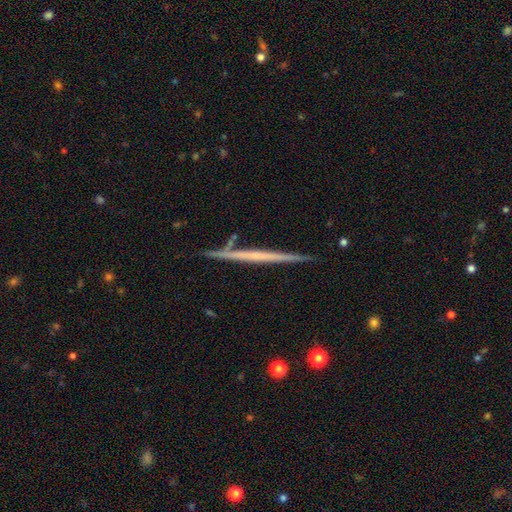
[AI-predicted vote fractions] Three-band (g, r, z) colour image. It shows a featured or disk galaxy (65%) viewed edge-on (98%) with no central bulge (87%). Merging: none (88%).